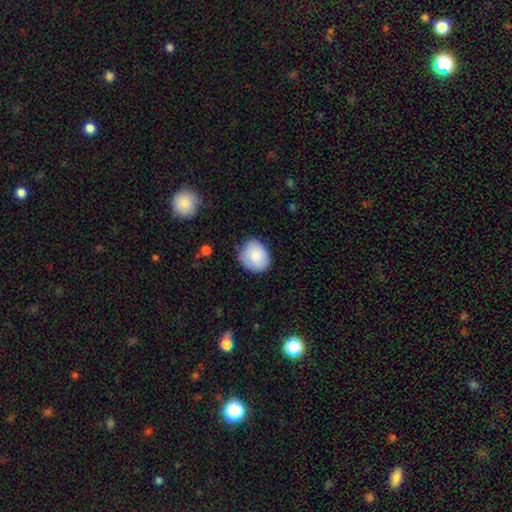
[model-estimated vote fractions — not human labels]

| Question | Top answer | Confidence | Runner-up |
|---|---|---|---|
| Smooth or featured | smooth | 83% | featured or disk (10%) |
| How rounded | round | 65% | in between (34%) |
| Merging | none | 73% | minor disturbance (22%) |